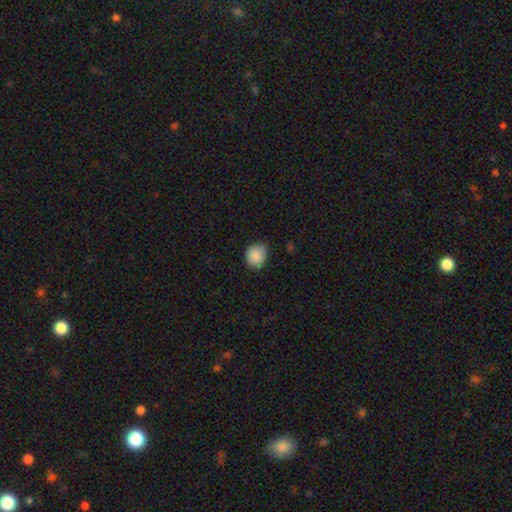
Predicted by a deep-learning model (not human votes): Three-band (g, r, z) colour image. It shows a smooth galaxy with no disk features (88%) that is round (72%). Merging: none (73%).